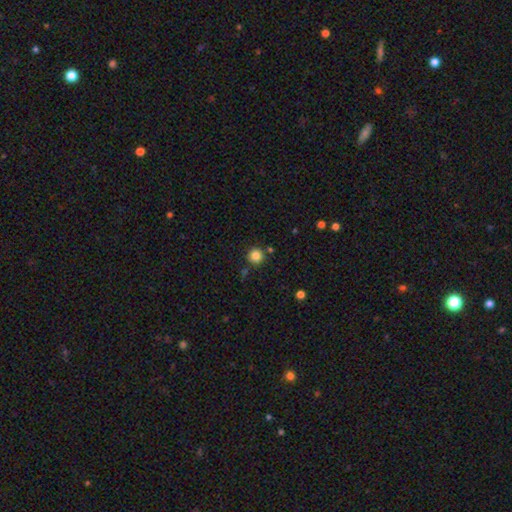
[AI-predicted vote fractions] A smooth galaxy with no disk features (84%) that is round (95%).

Vote fractions:
- Smooth or featured? smooth: 84% / star or artifact: 11% / featured or disk: 5%
- How rounded? round: 95% / in between: 4% / cigar-shaped: 1%
- Merging? none: 85% / minor disturbance: 7% / merger: 5% / major disturbance: 2%